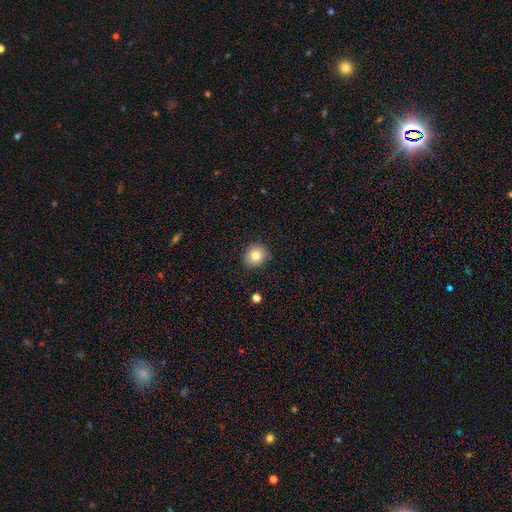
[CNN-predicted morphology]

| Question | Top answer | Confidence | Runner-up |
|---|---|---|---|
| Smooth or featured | smooth | 82% | star or artifact (10%) |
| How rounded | round | 79% | in between (20%) |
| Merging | none | 88% | minor disturbance (8%) |